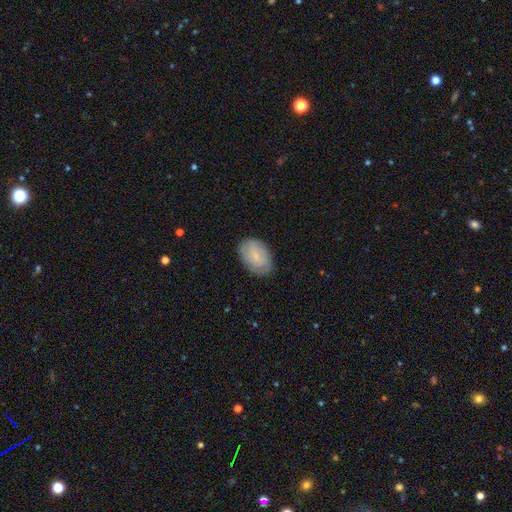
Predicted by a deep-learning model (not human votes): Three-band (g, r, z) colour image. It shows a smooth galaxy with no disk features (61%) that is in between round and cigar-shaped (87%). Merging: none (82%).